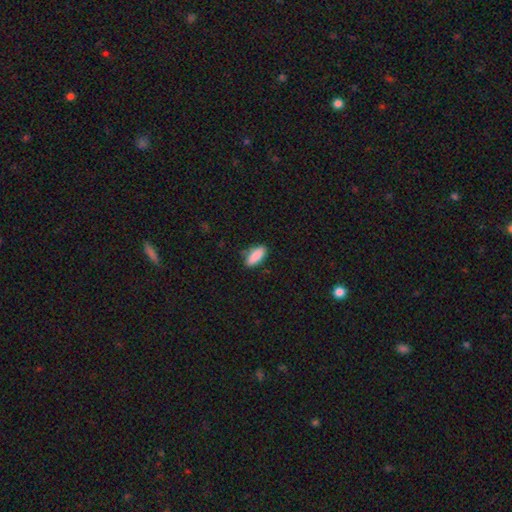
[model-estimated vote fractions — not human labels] Smooth or featured? Predicted: smooth (p=0.89). How rounded? Predicted: in between (p=0.79). Merging? Predicted: none (p=0.78).